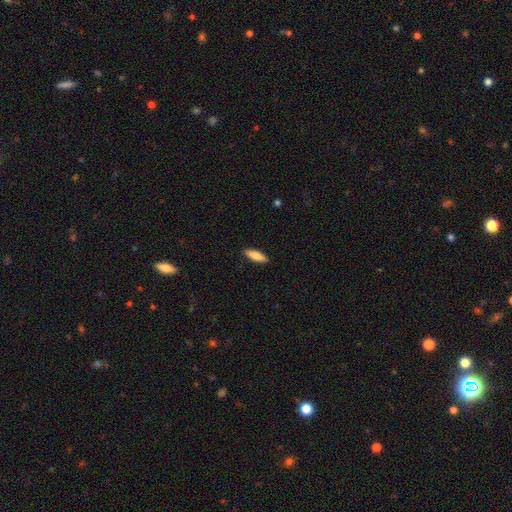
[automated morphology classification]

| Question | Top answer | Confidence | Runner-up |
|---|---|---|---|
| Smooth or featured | smooth | 83% | featured or disk (11%) |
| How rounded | cigar-shaped | 56% | in between (42%) |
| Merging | none | 89% | minor disturbance (8%) |